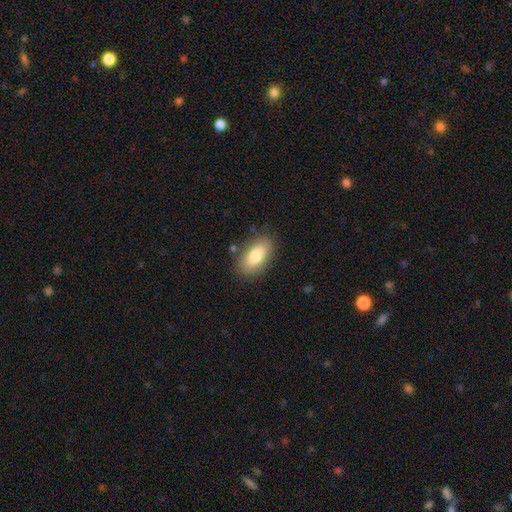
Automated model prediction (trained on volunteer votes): smooth-or-featured: smooth: 78% | featured or disk: 15% | star or artifact: 7%
  how-rounded: in between: 89% | cigar-shaped: 7% | round: 4%
  merging: none: 82% | minor disturbance: 12% | major disturbance: 3% | merger: 2%